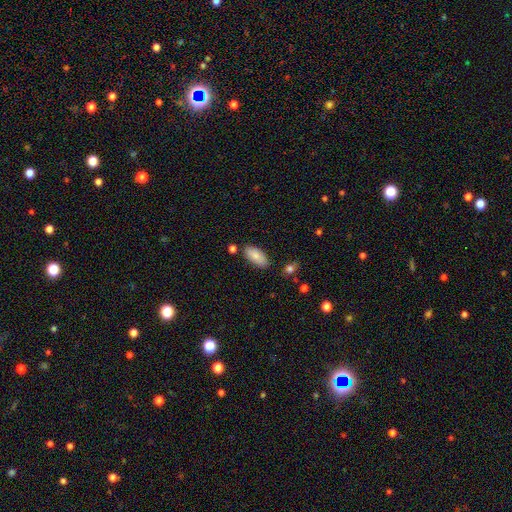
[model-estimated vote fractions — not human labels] Smooth or featured? Predicted: smooth (p=0.84). How rounded? Predicted: in between (p=0.91). Merging? Predicted: none (p=0.82).